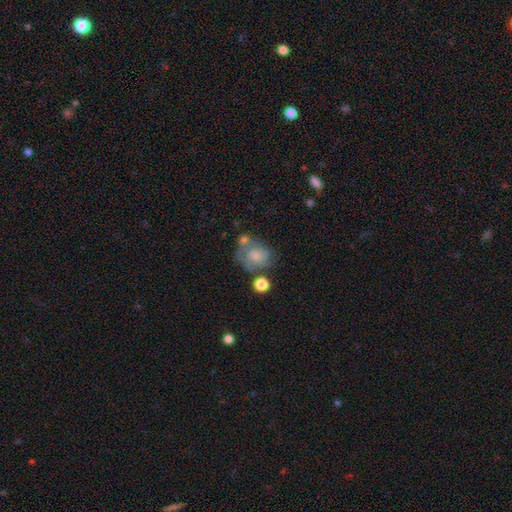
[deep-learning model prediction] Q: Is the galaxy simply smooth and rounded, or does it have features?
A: smooth — 52%.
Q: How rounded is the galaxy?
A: round — 56%.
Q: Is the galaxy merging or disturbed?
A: none — 36%.